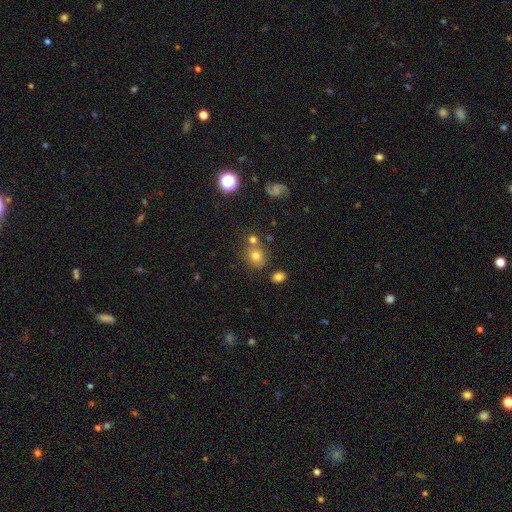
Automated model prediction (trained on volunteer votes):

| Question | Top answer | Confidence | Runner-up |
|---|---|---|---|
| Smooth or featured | smooth | 73% | star or artifact (15%) |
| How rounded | round | 72% | in between (27%) |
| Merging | none | 62% | merger (20%) |